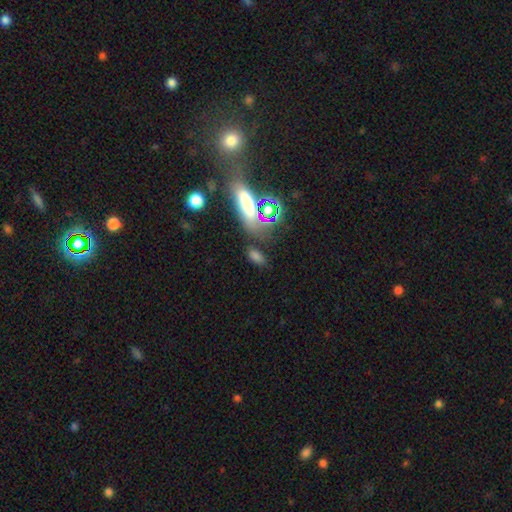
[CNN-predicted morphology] A smooth galaxy with no disk features (70%) that is in between round and cigar-shaped (77%). Merging: none (68%).